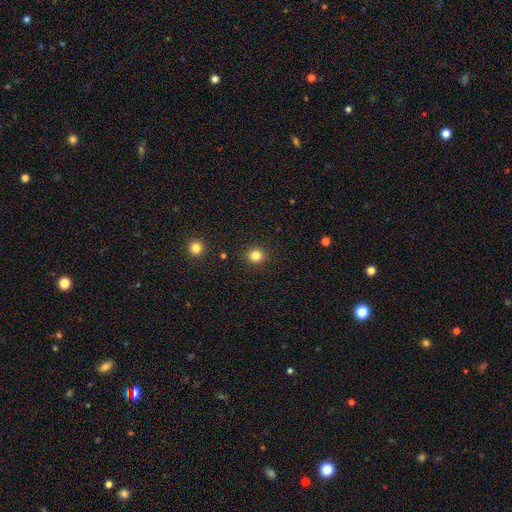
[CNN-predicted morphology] This is clearly a smooth galaxy (83%). How rounded: clearly round (90%). Merging: clearly none (91%).